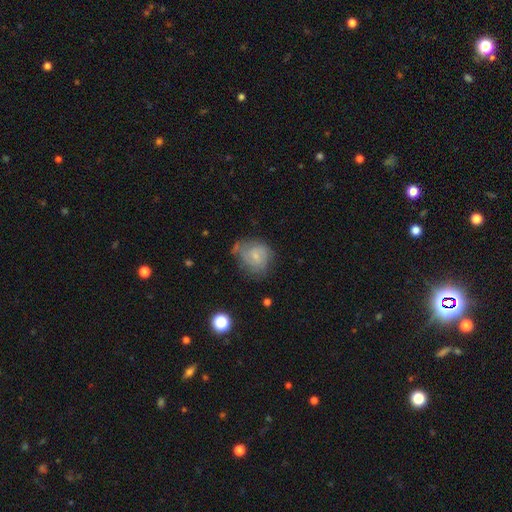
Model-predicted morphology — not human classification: The model was most divided on "smooth or featured": featured or disk: 47%, smooth: 44%, star or artifact: 9%. Remaining: merging — none (46%).